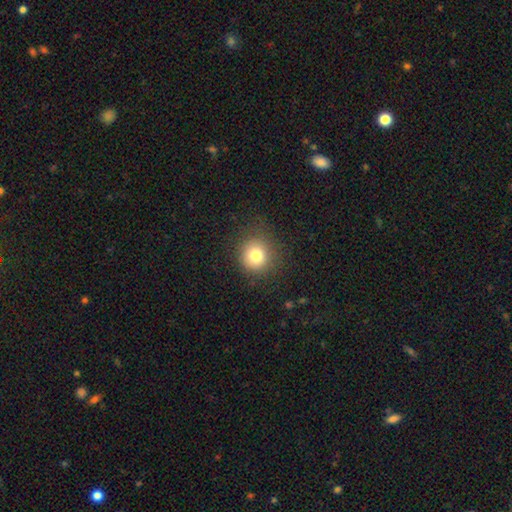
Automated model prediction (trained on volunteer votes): smooth-or-featured: smooth: 79% | star or artifact: 13% | featured or disk: 8%
  how-rounded: round: 91% | in between: 8% | cigar-shaped: 1%
  merging: none: 85% | minor disturbance: 10% | major disturbance: 4% | merger: 1%